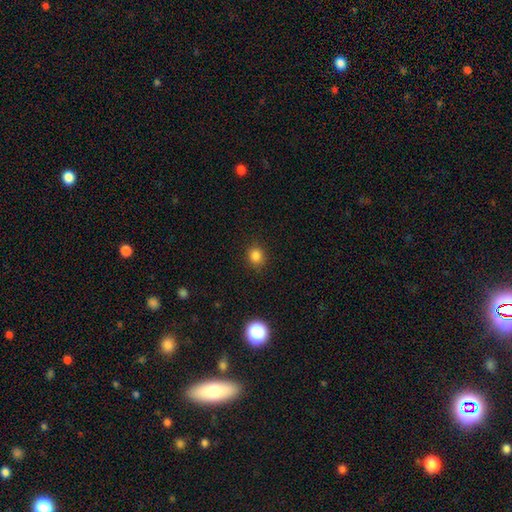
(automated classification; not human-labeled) A smooth galaxy with no disk features (82%) that is round (81%). Merging: none (87%).